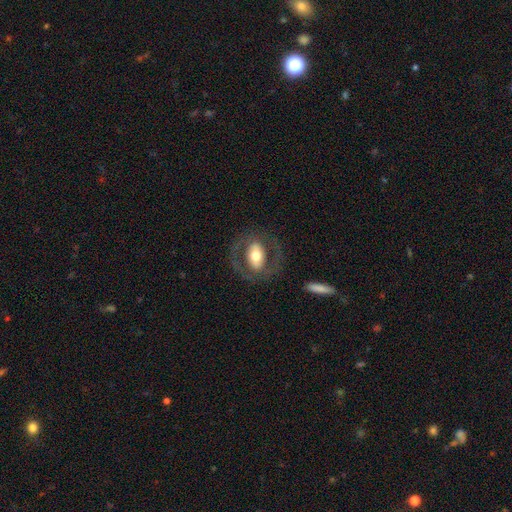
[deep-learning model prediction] featured or disk 59%, smooth 35%, star or artifact 6%. Down the decision tree: edge-on disk — no (92%); bar — no (38%); spiral arms — no (58%); bulge size — moderate (62%); merging — none (74%).